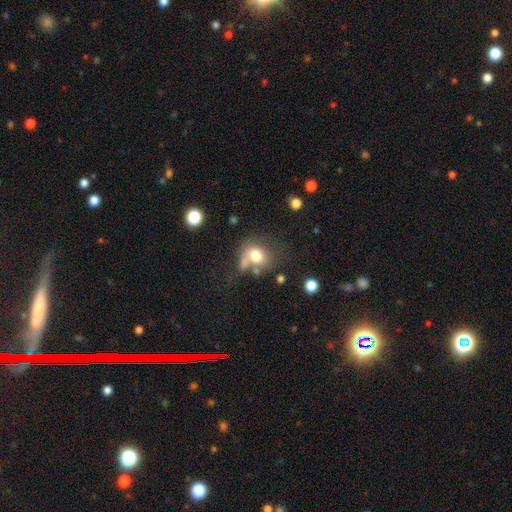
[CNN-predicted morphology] smooth_or_featured: smooth (p=0.73) [alt: featured or disk p=0.16]
how_rounded: round (p=0.61) [alt: in between p=0.37]
merging: none (p=0.36) [alt: merger p=0.26]